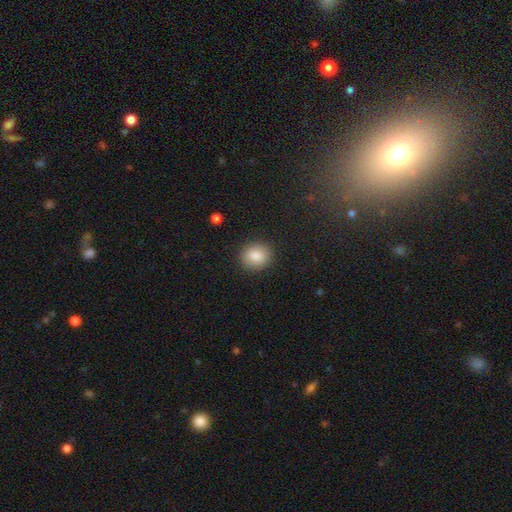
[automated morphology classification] smooth 85%, star or artifact 9%, featured or disk 6%. Down the decision tree: how rounded — round (74%); merging — none (90%).